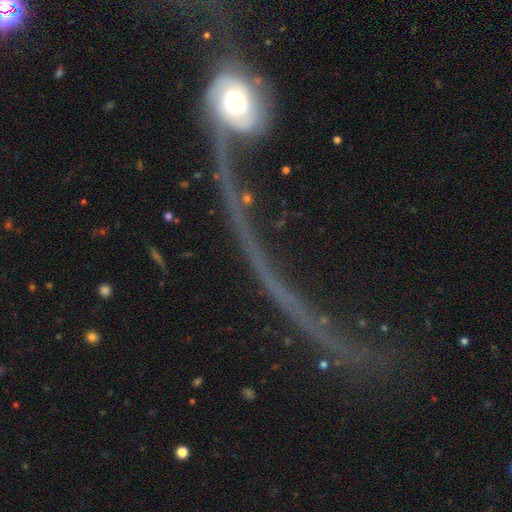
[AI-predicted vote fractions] This appears to be a featured or disk galaxy (63%). Merging: major disturbance (48%).